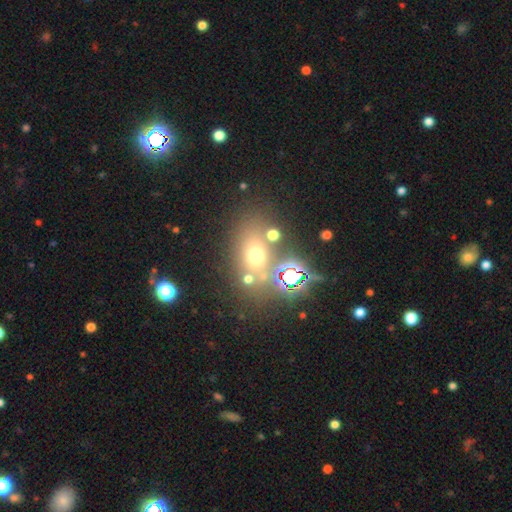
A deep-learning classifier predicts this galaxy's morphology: This appears to be a smooth galaxy with no disk features (54%) that is in between round and cigar-shaped (60%). Merging: none (67%).